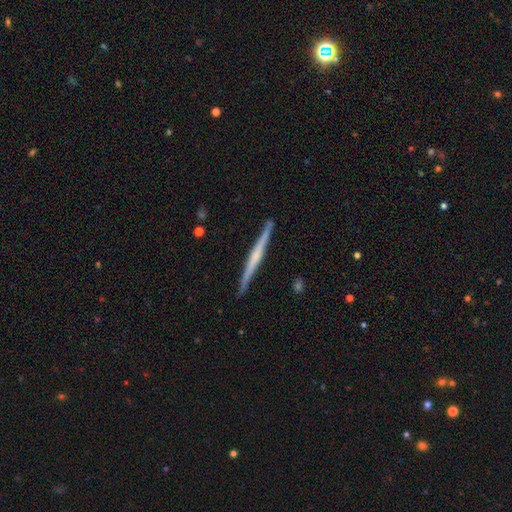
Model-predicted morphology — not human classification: This appears to be a featured or disk galaxy (71%) viewed edge-on (98%) with no central bulge (46%). Merging: none (91%).